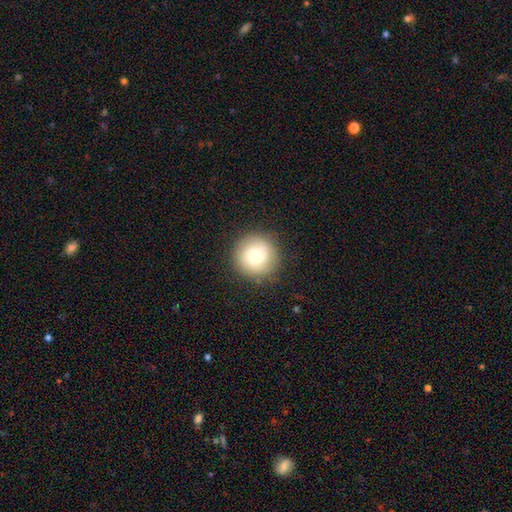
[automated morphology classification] Smooth or featured?
  - smooth: 66% *
  - featured or disk: 25%
  - star or artifact: 9%
How rounded?
  - round: 95% *
  - in between: 4%
  - cigar-shaped: 1%
Merging?
  - none: 87% *
  - minor disturbance: 9%
  - major disturbance: 3%
  - merger: 1%